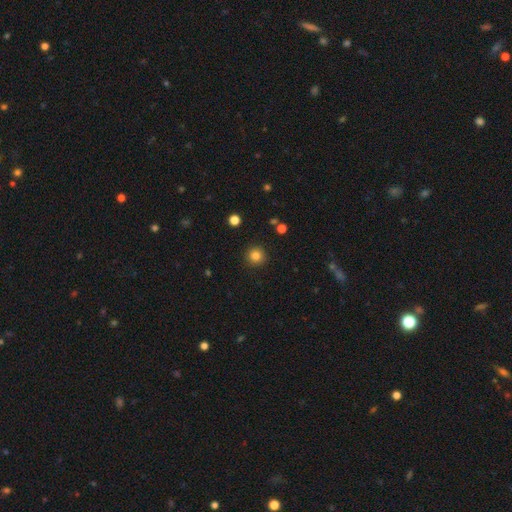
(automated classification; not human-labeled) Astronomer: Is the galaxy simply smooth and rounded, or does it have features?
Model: smooth — 82%.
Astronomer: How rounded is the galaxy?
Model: round — 95%.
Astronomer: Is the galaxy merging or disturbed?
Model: none — 92%.